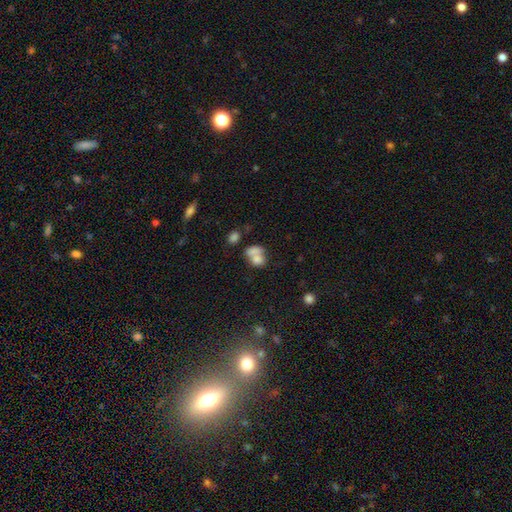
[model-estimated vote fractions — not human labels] Morphology: type=smooth (74%); roundness=in between (59%); merging=merger (62%).